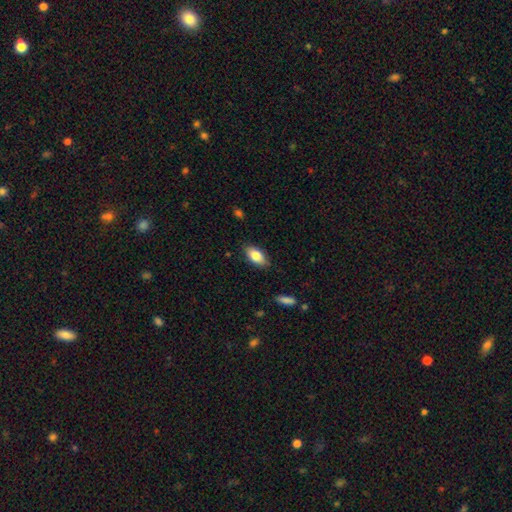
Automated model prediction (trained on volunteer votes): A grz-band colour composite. It shows a smooth galaxy with no disk features (82%) that is in between round and cigar-shaped (91%). Merging: none (85%).